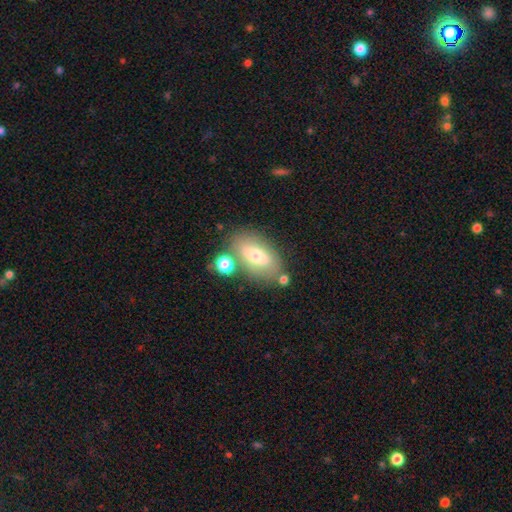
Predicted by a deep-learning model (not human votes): A smooth galaxy with no disk features (57%) that is in between round and cigar-shaped (87%). Merging: none (66%).